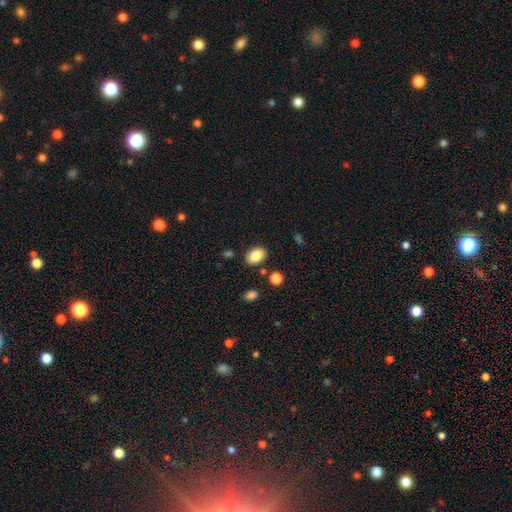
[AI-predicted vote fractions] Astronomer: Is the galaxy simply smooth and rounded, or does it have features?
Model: smooth — 85%.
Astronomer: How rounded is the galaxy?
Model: in between — 81%.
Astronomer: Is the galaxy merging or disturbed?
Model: none — 84%.